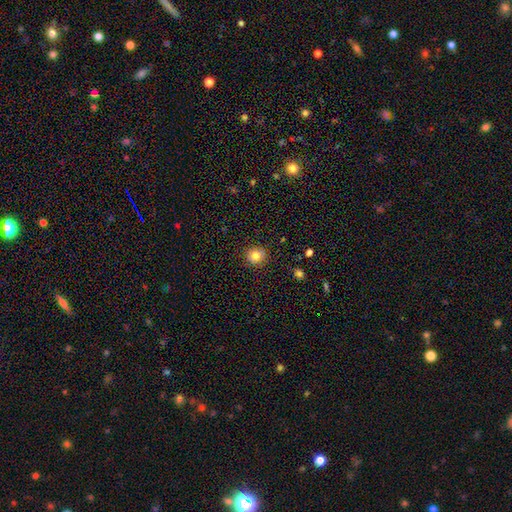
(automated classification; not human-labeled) Overall: smooth (81%). How rounded: round (90%). Merging: none (89%).